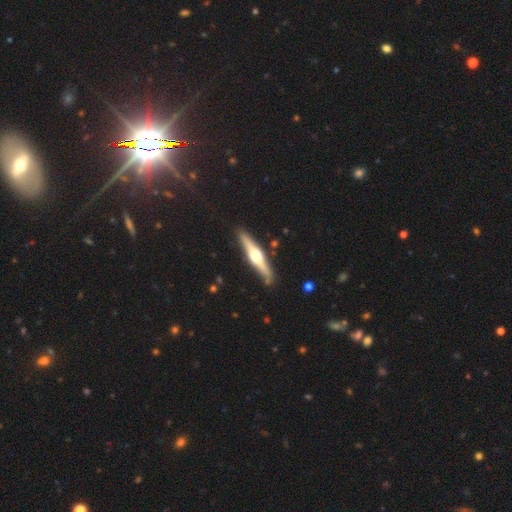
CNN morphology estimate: Smooth or featured? Predicted: featured or disk (p=0.68). Edge-on disk? Predicted: yes (p=0.97). Edge-on bulge? Predicted: rounded (p=0.94). Merging? Predicted: none (p=0.87).